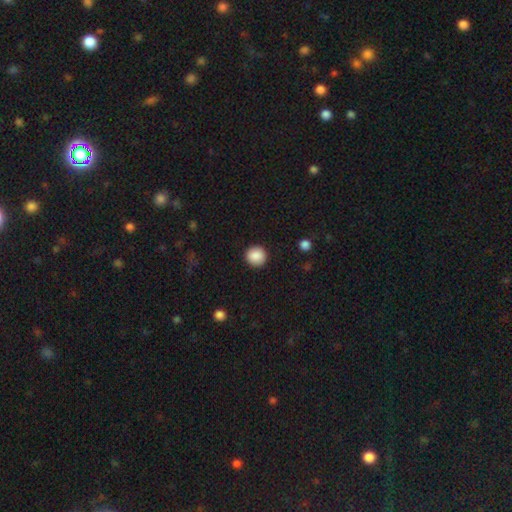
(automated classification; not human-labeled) Smooth or featured?
  - smooth: 89% *
  - star or artifact: 8%
  - featured or disk: 3%
How rounded?
  - round: 93% *
  - in between: 6%
  - cigar-shaped: 1%
Merging?
  - none: 92% *
  - minor disturbance: 5%
  - major disturbance: 2%
  - merger: 1%